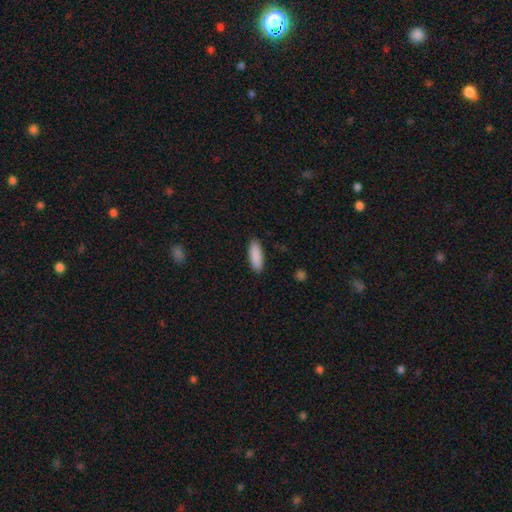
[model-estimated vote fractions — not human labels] Smooth or featured?
  - smooth: 90% *
  - star or artifact: 6%
  - featured or disk: 4%
How rounded?
  - in between: 63% *
  - cigar-shaped: 36%
  - round: 2%
Merging?
  - none: 89% *
  - minor disturbance: 8%
  - major disturbance: 2%
  - merger: 1%